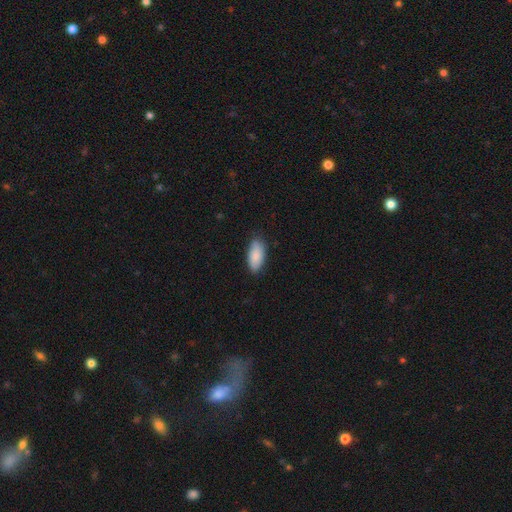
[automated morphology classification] Smooth or featured?
  - smooth: 87% *
  - featured or disk: 7%
  - star or artifact: 5%
How rounded?
  - in between: 90% *
  - cigar-shaped: 9%
  - round: 2%
Merging?
  - none: 83% *
  - minor disturbance: 14%
  - major disturbance: 2%
  - merger: 1%